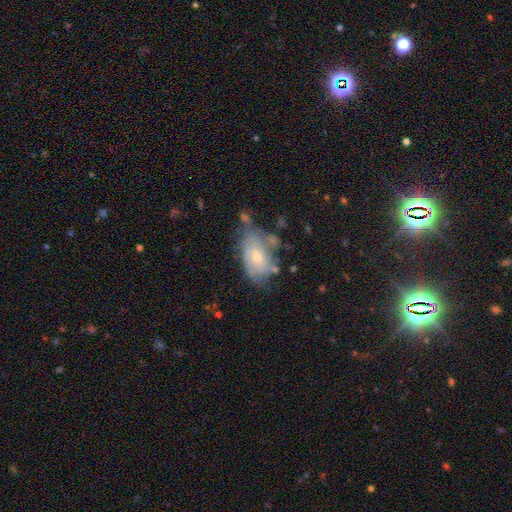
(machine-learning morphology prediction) smooth_or_featured: featured or disk (p=0.54) [alt: smooth p=0.35]
disk_edge_on: no (p=0.93) [alt: yes p=0.07]
bar: no (p=0.75) [alt: weak p=0.21]
has_spiral_arms: yes (p=0.62) [alt: no p=0.38]
bulge_size: moderate (p=0.48) [alt: small p=0.46]
merging: none (p=0.44) [alt: minor disturbance p=0.31]